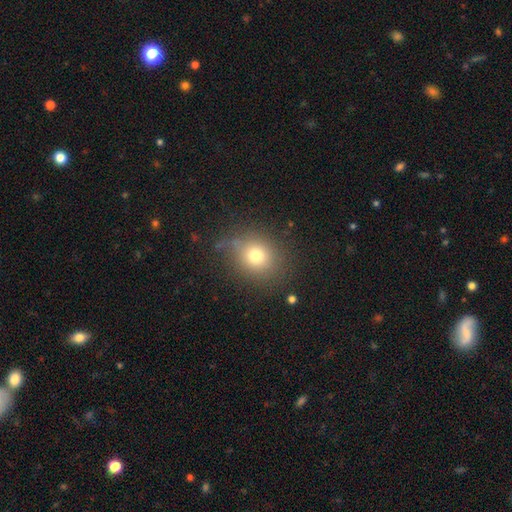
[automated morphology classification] This is likely a smooth galaxy (72%). How rounded: likely round (73%). Merging: likely none (74%).